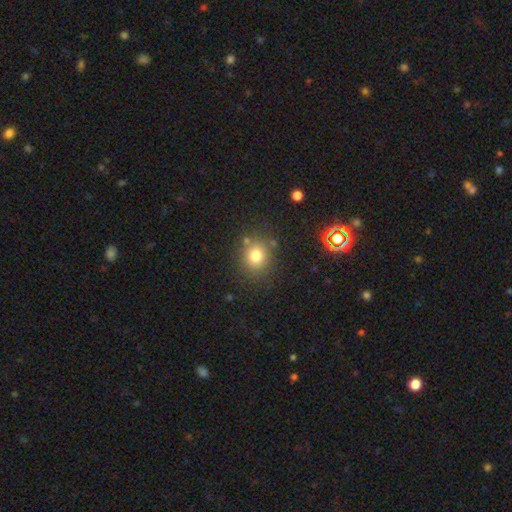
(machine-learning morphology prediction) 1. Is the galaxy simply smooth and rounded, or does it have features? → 78% smooth, 14% star or artifact, 8% featured or disk.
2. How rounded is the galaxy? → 78% round, 21% in between, 1% cigar-shaped.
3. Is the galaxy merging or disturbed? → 79% none, 11% minor disturbance, 6% merger, 4% major disturbance.